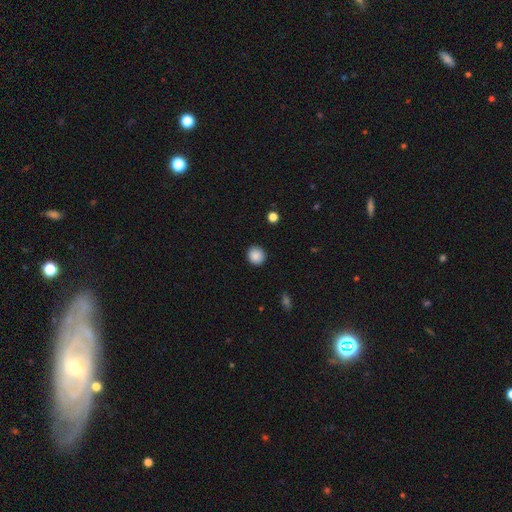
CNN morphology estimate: Q: Smooth or featured?
A: smooth (88%); runner-up: star or artifact (9%)
Q: How rounded?
A: round (90%); runner-up: in between (9%)
Q: Merging?
A: none (92%); runner-up: minor disturbance (6%)